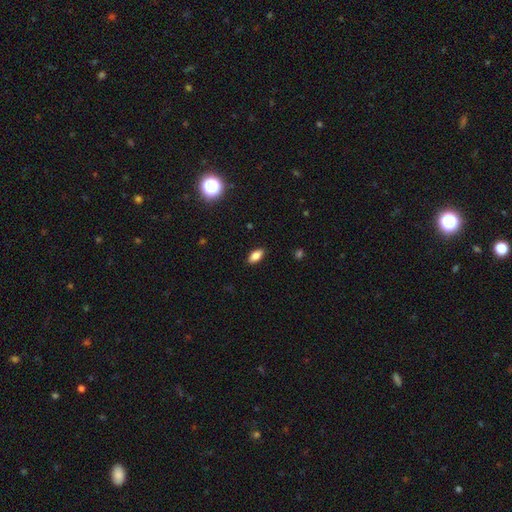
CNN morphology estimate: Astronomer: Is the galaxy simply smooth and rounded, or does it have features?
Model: smooth — 83%.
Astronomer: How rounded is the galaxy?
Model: in between — 88%.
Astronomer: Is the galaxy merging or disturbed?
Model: none — 88%.